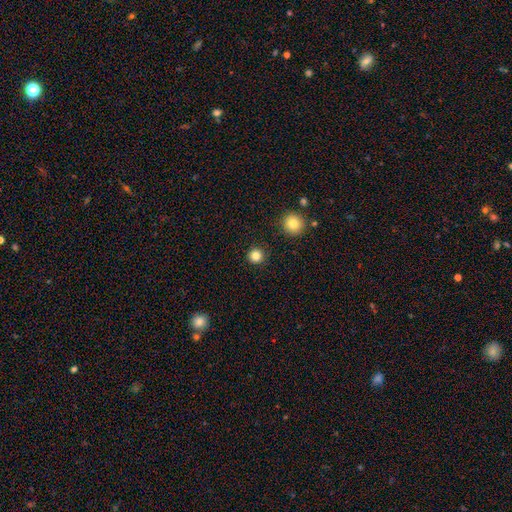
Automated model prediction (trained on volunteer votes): The model was most divided on "smooth or featured": smooth: 83%, star or artifact: 12%, featured or disk: 4%. More confident: how rounded — round (96%); merging — none (92%).